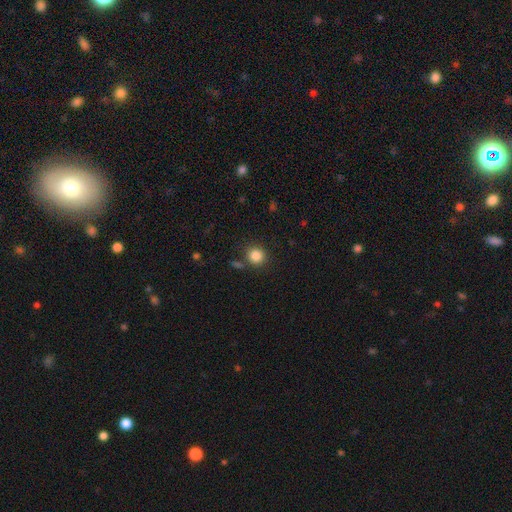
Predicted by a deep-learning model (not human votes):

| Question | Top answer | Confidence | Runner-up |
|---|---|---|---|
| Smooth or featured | smooth | 85% | star or artifact (11%) |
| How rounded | round | 88% | in between (11%) |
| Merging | none | 81% | minor disturbance (9%) |